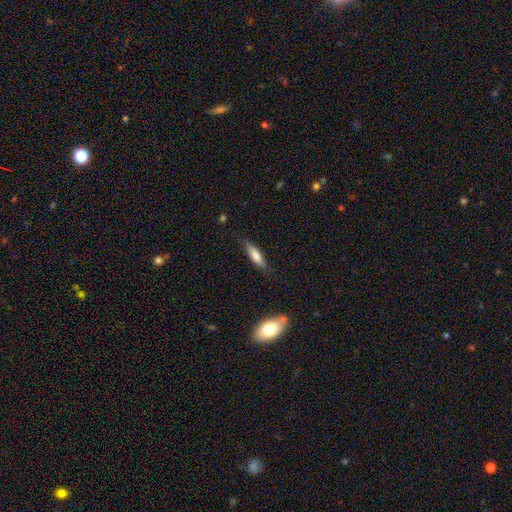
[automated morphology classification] smooth-or-featured: smooth: 78% | featured or disk: 16% | star or artifact: 6%
  how-rounded: cigar-shaped: 64% | in between: 35% | round: 2%
  merging: none: 78% | minor disturbance: 16% | major disturbance: 4% | merger: 2%